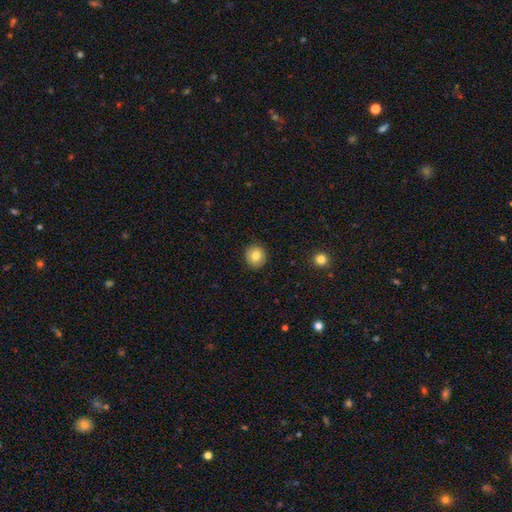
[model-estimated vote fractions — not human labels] This is clearly a smooth galaxy (81%). How rounded: clearly round (91%). Merging: clearly none (91%).